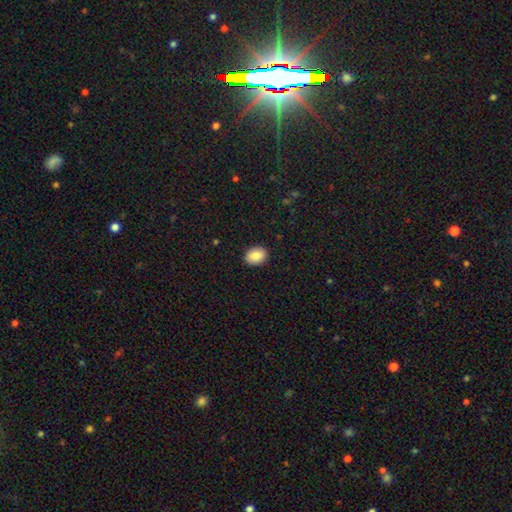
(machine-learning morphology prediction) smooth-or-featured: smooth: 86% | star or artifact: 8% | featured or disk: 7%
  how-rounded: in between: 56% | round: 43% | cigar-shaped: 1%
  merging: none: 91% | minor disturbance: 7% | major disturbance: 2% | merger: 1%